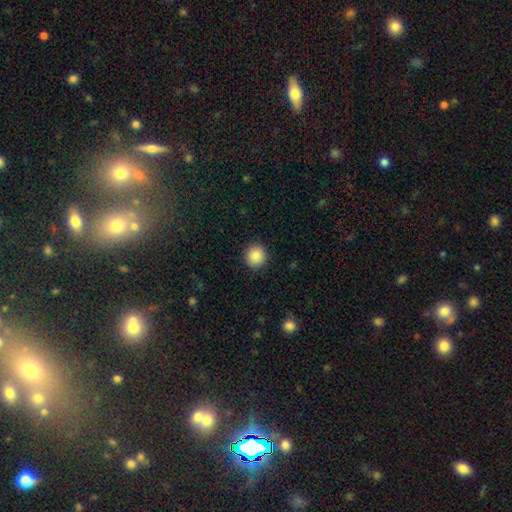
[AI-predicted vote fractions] smooth-or-featured: smooth: 88% | star or artifact: 9% | featured or disk: 3%
  how-rounded: round: 92% | in between: 7% | cigar-shaped: 1%
  merging: none: 91% | minor disturbance: 6% | major disturbance: 2% | merger: 1%